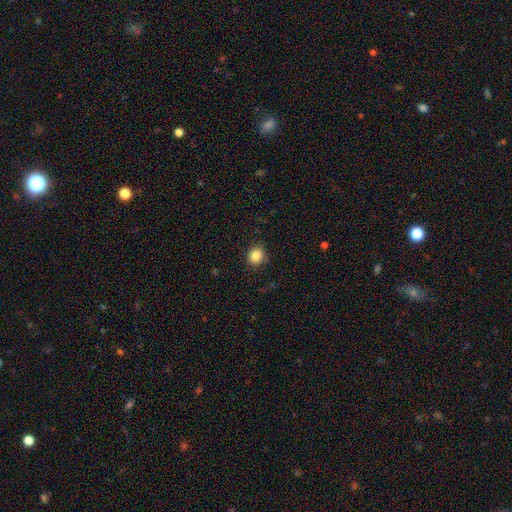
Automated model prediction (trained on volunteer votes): Overall: smooth (85%). How rounded: round (83%). Merging: none (88%).